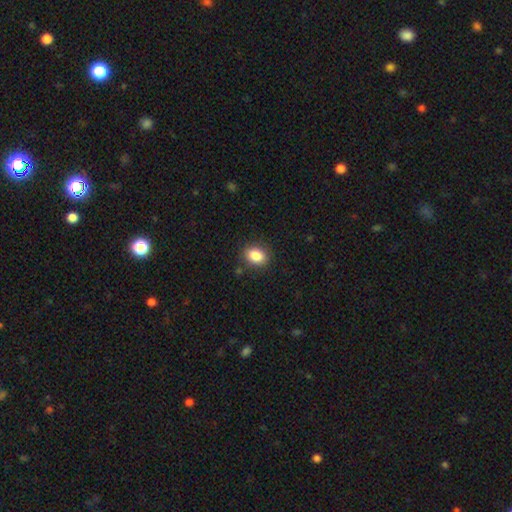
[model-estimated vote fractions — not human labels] smooth 85%, star or artifact 9%, featured or disk 5%. Down the decision tree: how rounded — in between (64%); merging — none (86%).